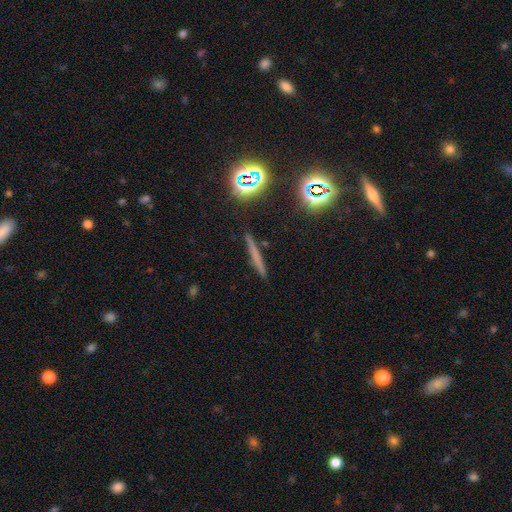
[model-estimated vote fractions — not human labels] Smooth or featured?
  - smooth: 49% *
  - featured or disk: 29%
  - star or artifact: 21%
Merging?
  - none: 88% *
  - minor disturbance: 8%
  - major disturbance: 2%
  - merger: 2%